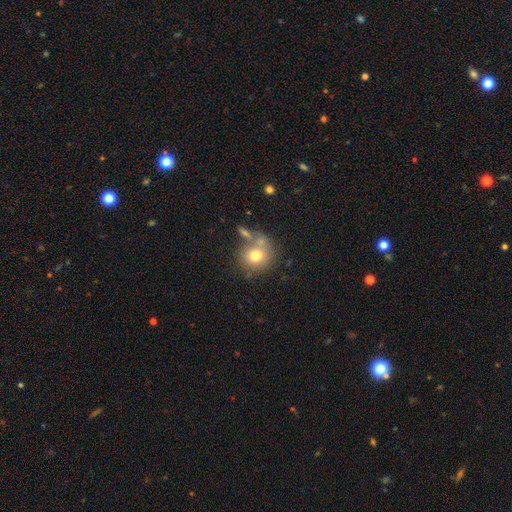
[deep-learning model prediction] This appears to be a smooth galaxy with no disk features (73%) that is round (86%). Merging: none (58%).